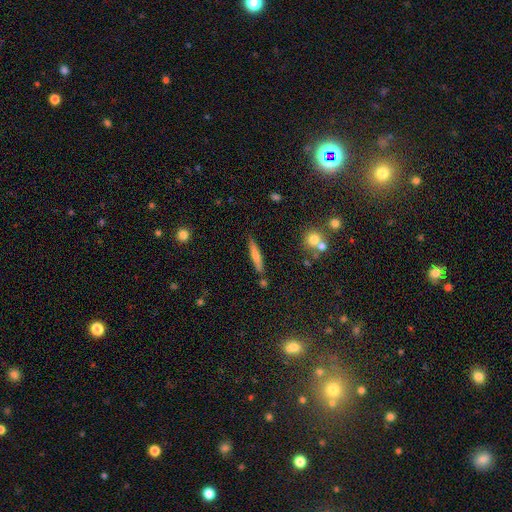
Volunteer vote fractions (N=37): This is possibly a smooth galaxy (57%). How rounded: clearly cigar-shaped (95%). Merging: likely none (78%).